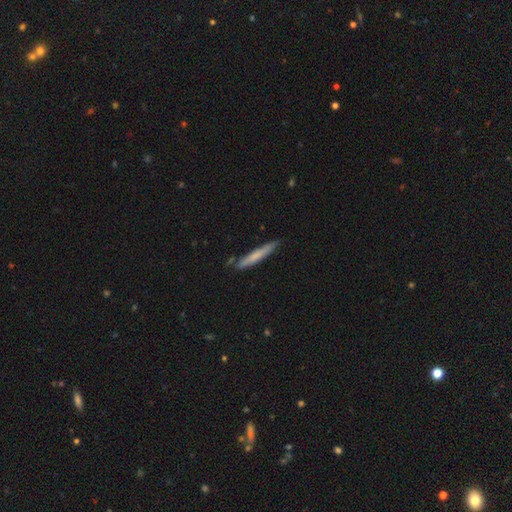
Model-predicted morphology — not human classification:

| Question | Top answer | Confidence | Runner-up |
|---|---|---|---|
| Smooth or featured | smooth | 65% | featured or disk (29%) |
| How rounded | cigar-shaped | 95% | in between (4%) |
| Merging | none | 81% | minor disturbance (14%) |